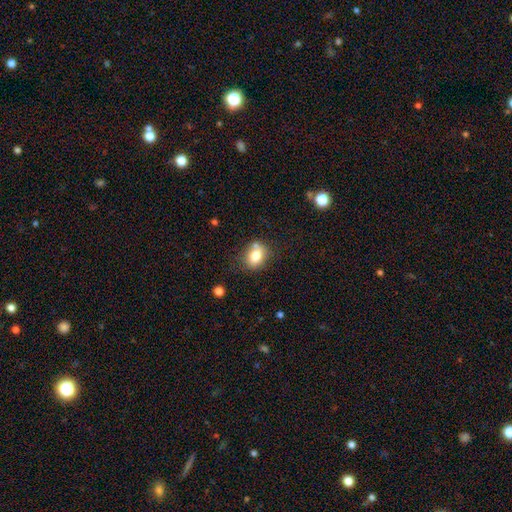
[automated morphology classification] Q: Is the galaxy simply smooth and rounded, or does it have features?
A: smooth — 77%.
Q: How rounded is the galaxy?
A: in between — 52%.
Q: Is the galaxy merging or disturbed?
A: none — 65%.